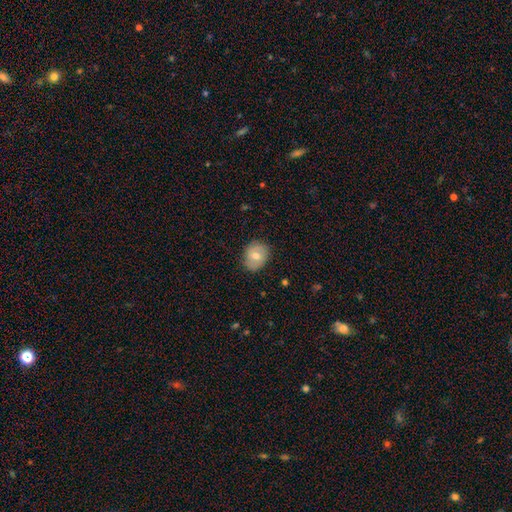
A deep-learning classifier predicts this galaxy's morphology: Smooth or featured: smooth — 67% (featured or disk — 26%)
How rounded: round — 60% (in between — 39%)
Merging: none — 82% (minor disturbance — 14%)